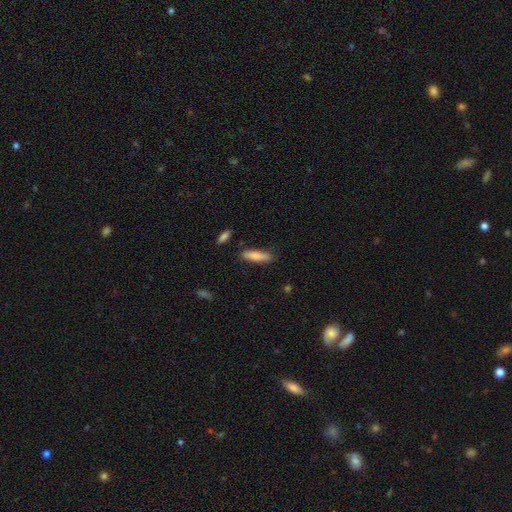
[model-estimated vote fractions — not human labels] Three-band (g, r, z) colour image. It shows a smooth galaxy with no disk features (85%) that is cigar-shaped (68%). Merging: none (85%).